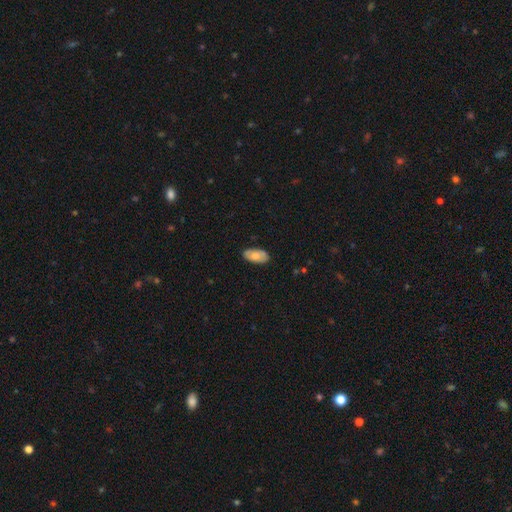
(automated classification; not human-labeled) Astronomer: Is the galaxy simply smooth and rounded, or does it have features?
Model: smooth — 70%.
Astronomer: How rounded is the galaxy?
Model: in between — 94%.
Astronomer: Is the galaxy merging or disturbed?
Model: none — 86%.